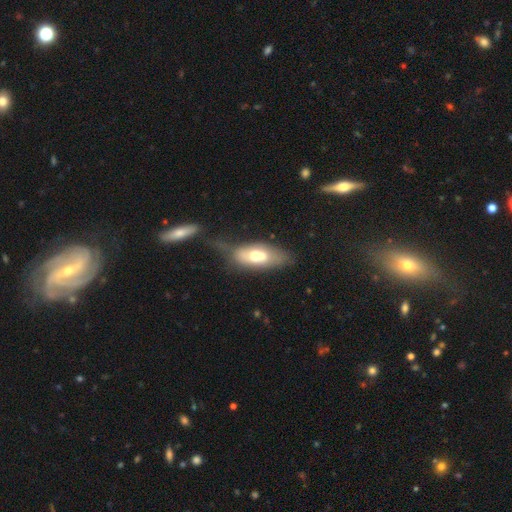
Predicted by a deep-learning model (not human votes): Smooth or featured: smooth — 57% (featured or disk — 35%)
How rounded: in between — 84% (cigar-shaped — 11%)
Merging: none — 34% (merger — 28%)